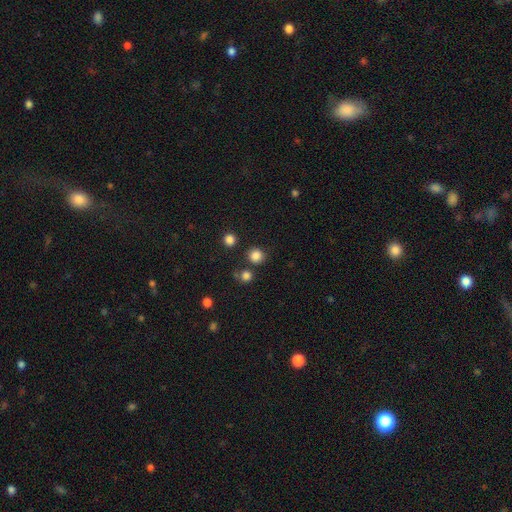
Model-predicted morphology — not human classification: smooth-or-featured: smooth: 83% | star or artifact: 13% | featured or disk: 4%
  how-rounded: round: 91% | in between: 8% | cigar-shaped: 1%
  merging: none: 81% | minor disturbance: 8% | merger: 8% | major disturbance: 3%